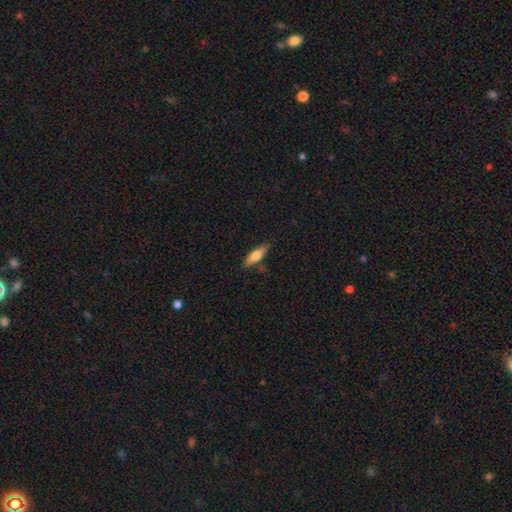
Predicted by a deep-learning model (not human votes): The model was most divided on "how rounded": cigar-shaped: 54%, in between: 44%, round: 2%. More confident: merging — none (78%); smooth or featured — smooth (66%).